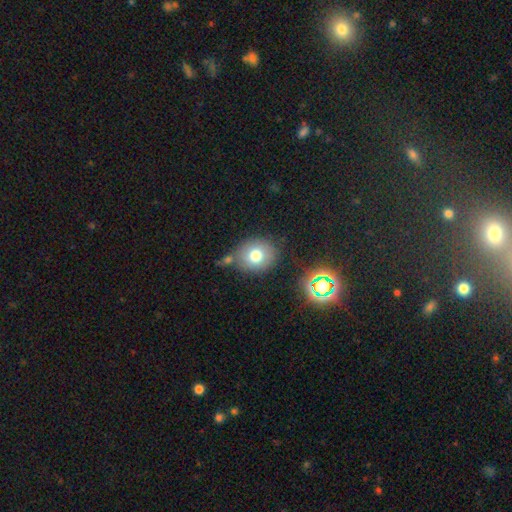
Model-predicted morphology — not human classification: smooth 74%, featured or disk 13%, star or artifact 13%. Down the decision tree: how rounded — round (70%); merging — none (69%).